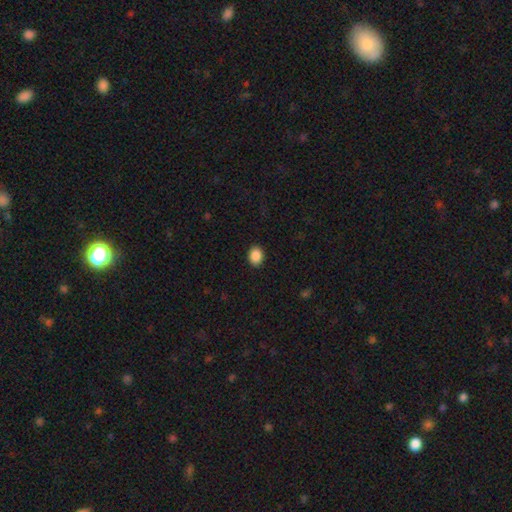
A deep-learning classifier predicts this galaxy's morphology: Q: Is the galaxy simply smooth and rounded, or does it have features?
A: smooth — 89%.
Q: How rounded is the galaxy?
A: in between — 61%.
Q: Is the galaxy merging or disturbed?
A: none — 90%.